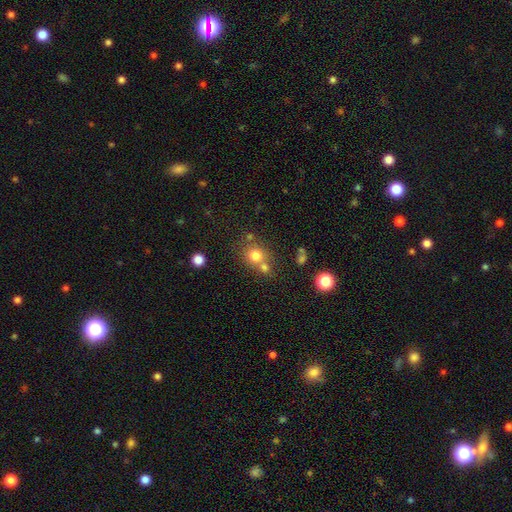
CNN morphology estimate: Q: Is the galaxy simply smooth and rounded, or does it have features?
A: smooth — 76%.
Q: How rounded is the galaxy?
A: round — 82%.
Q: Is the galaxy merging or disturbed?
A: none — 54%.